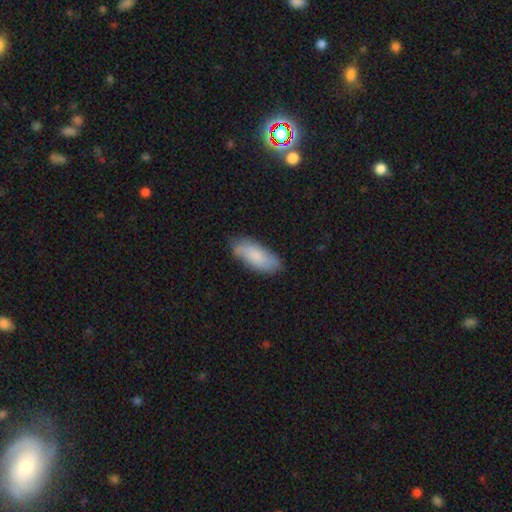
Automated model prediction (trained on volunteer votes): Smooth or featured?
  - smooth: 80% *
  - featured or disk: 14%
  - star or artifact: 6%
How rounded?
  - in between: 79% *
  - cigar-shaped: 19%
  - round: 2%
Merging?
  - none: 78% *
  - minor disturbance: 18%
  - major disturbance: 3%
  - merger: 1%